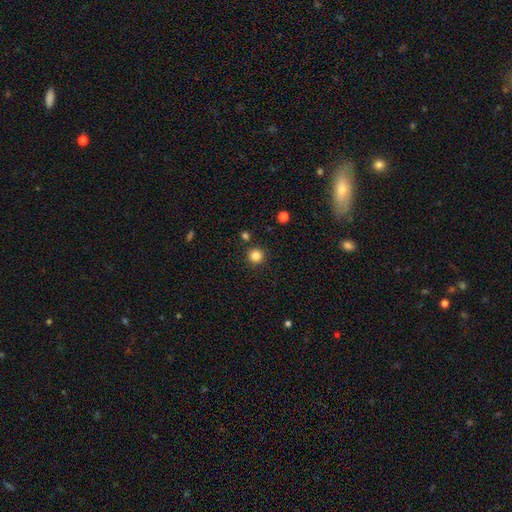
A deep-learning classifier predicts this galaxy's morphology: Q: Smooth or featured?
A: smooth (84%); runner-up: star or artifact (12%)
Q: How rounded?
A: round (95%); runner-up: in between (4%)
Q: Merging?
A: none (89%); runner-up: minor disturbance (6%)